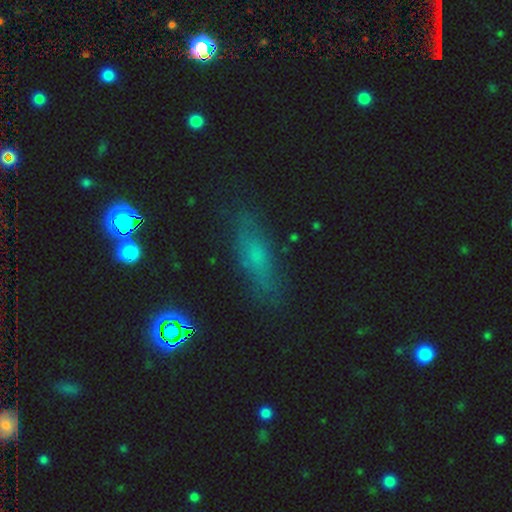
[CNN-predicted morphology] The model was most divided on "how rounded": in between: 48%, cigar-shaped: 47%, round: 5%. More confident: merging — none (77%); smooth or featured — smooth (56%).